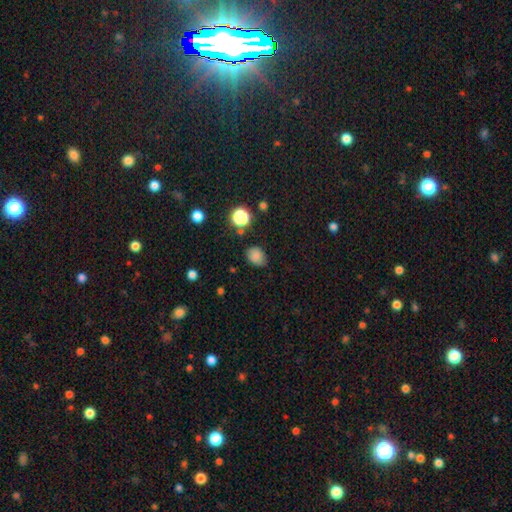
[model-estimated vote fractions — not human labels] smooth-or-featured: smooth: 81% | star or artifact: 14% | featured or disk: 5%
  how-rounded: in between: 57% | round: 42% | cigar-shaped: 1%
  merging: none: 74% | minor disturbance: 20% | major disturbance: 4% | merger: 2%